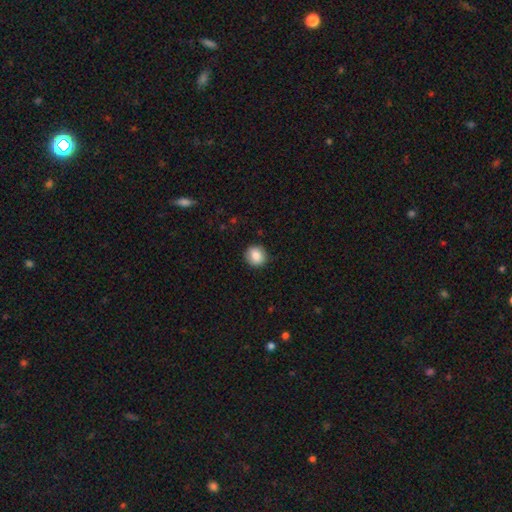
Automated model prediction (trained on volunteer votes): This is clearly a smooth galaxy (85%). How rounded: clearly round (87%). Merging: clearly none (88%).